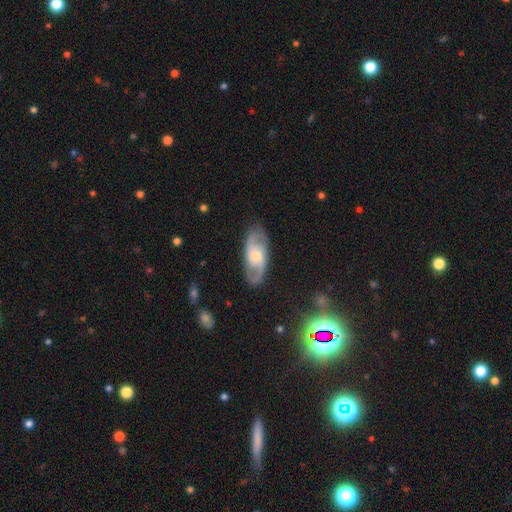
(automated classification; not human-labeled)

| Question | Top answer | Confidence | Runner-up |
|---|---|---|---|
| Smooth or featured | featured or disk | 73% | smooth (21%) |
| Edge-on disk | no | 91% | yes (9%) |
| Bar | no | 55% | weak (37%) |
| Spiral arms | yes | 89% | no (11%) |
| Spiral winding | medium | 49% | loose (27%) |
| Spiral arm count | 2 | 85% | can't tell (9%) |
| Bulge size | moderate | 53% | small (39%) |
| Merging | none | 82% | minor disturbance (13%) |